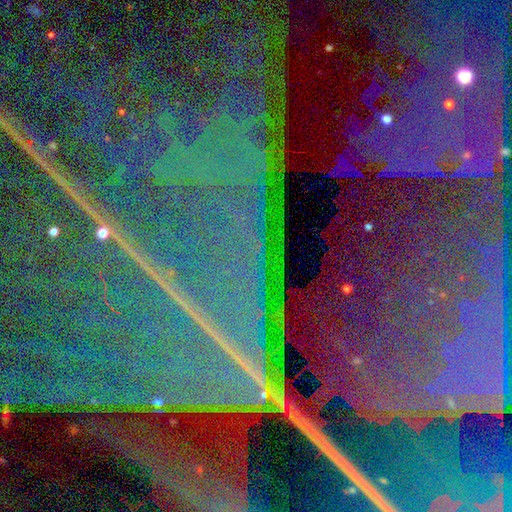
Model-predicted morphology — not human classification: Overall: star or artifact (89%).